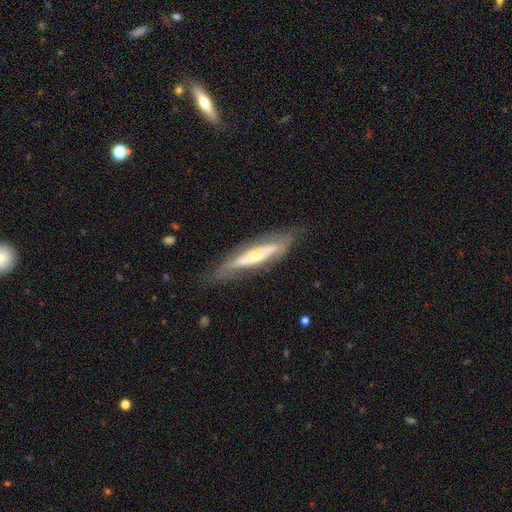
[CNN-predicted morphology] featured or disk 63%, smooth 31%, star or artifact 6%. Down the decision tree: edge-on disk — yes (53%); merging — none (69%).